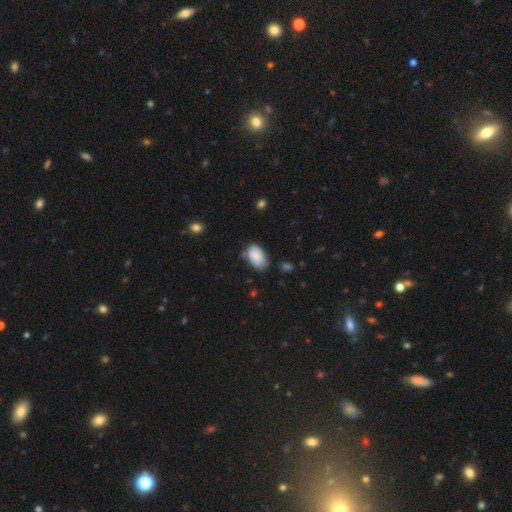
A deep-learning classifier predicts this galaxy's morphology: smooth-or-featured: smooth: 85% | featured or disk: 8% | star or artifact: 7%
  how-rounded: in between: 92% | round: 6% | cigar-shaped: 1%
  merging: none: 59% | minor disturbance: 31% | major disturbance: 7% | merger: 4%